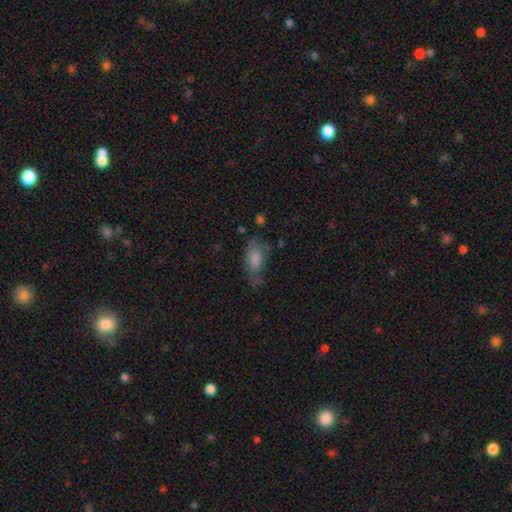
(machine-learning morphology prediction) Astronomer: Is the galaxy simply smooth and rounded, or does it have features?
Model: smooth — 62%.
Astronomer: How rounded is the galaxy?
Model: in between — 81%.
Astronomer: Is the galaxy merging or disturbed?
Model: none — 57%.